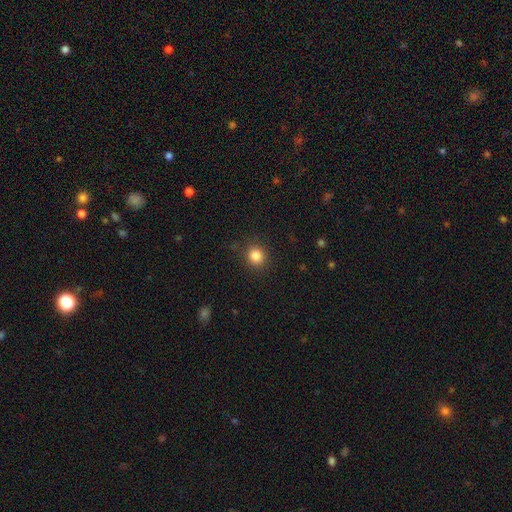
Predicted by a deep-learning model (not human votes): A smooth galaxy with no disk features (85%) that is round (87%). Merging: none (88%).